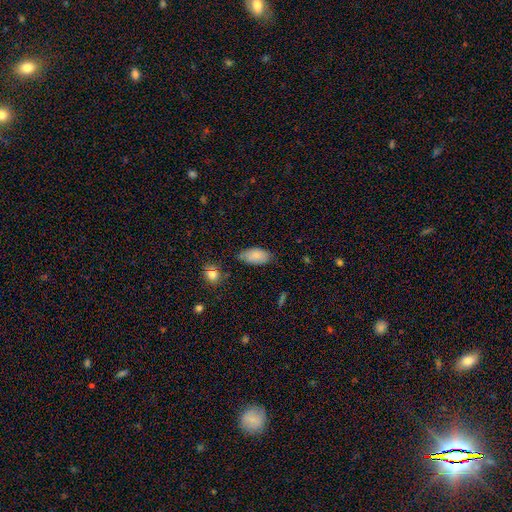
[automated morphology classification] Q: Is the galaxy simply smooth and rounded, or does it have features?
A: smooth — 84%.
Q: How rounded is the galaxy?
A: in between — 94%.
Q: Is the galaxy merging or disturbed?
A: none — 72%.